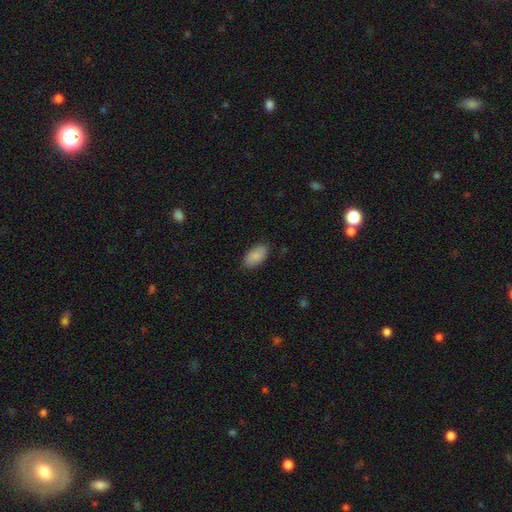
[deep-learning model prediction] Smooth or featured: smooth — 88% (star or artifact — 6%)
How rounded: in between — 95% (cigar-shaped — 3%)
Merging: none — 84% (minor disturbance — 12%)